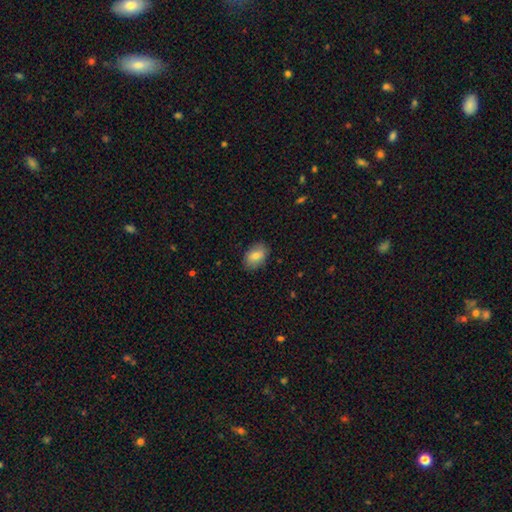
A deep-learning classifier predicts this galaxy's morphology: smooth-or-featured: smooth: 81% | featured or disk: 12% | star or artifact: 7%
  how-rounded: in between: 83% | round: 16% | cigar-shaped: 1%
  merging: none: 86% | minor disturbance: 11% | major disturbance: 2% | merger: 1%